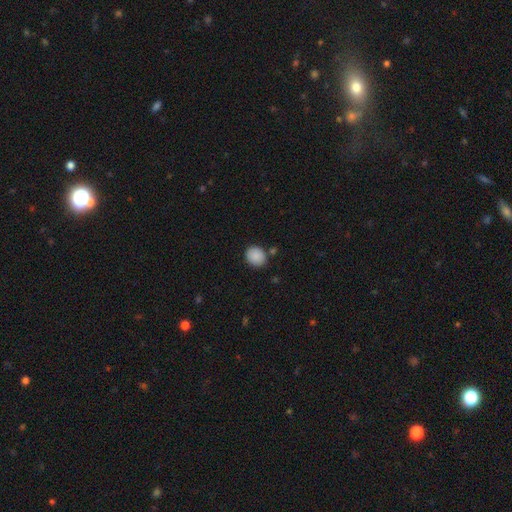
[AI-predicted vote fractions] The model was most divided on "how rounded": round: 69%, in between: 30%, cigar-shaped: 1%. More confident: smooth or featured — smooth (88%); merging — none (81%).